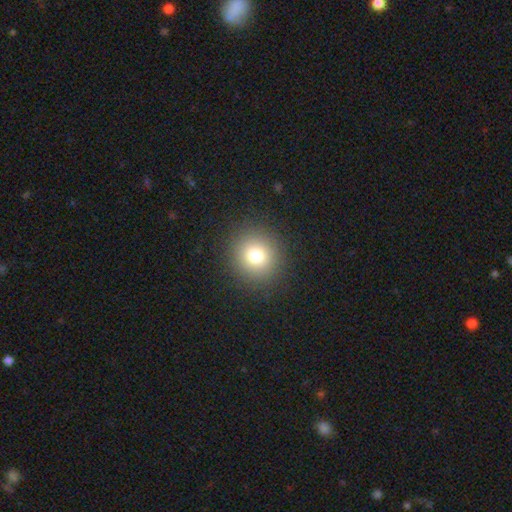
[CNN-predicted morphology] Smooth or featured: smooth — 77% (star or artifact — 14%)
How rounded: round — 92% (in between — 7%)
Merging: none — 91% (minor disturbance — 6%)